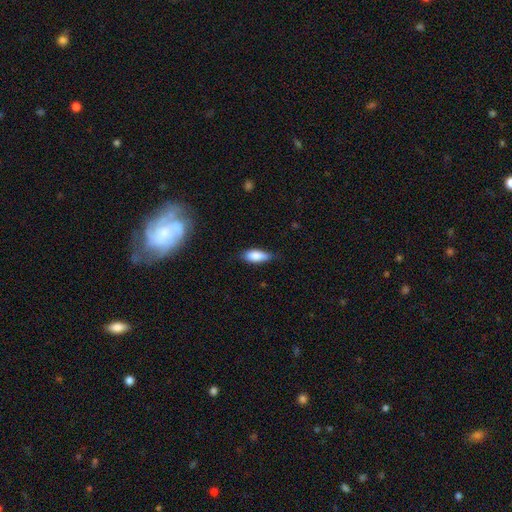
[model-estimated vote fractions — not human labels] This appears to be a smooth galaxy with no disk features (84%) that is in between round and cigar-shaped (80%). Merging: none (68%).